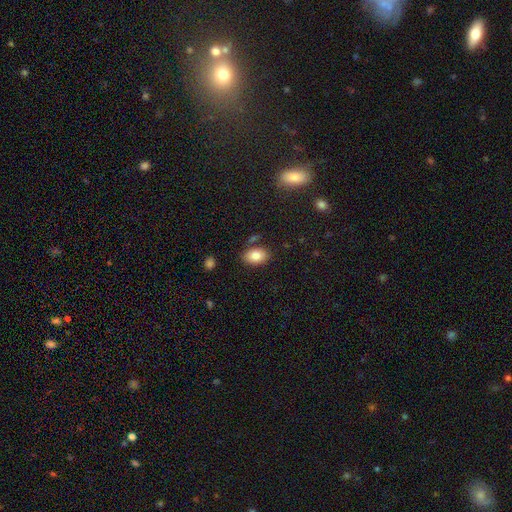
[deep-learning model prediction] This appears to be a smooth galaxy with no disk features (83%) that is in between round and cigar-shaped (87%). Merging: none (80%).